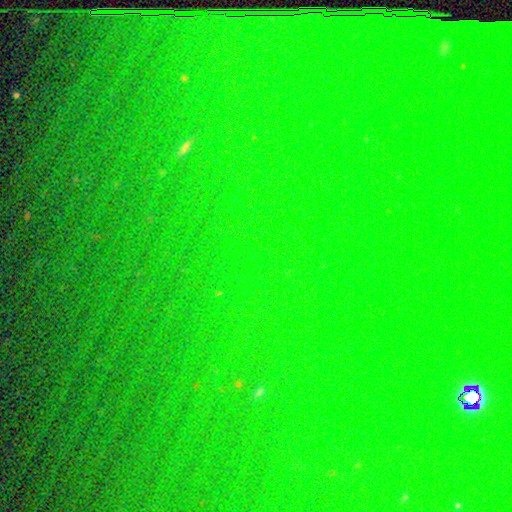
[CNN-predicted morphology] Smooth or featured: star or artifact — 81% (smooth — 11%)